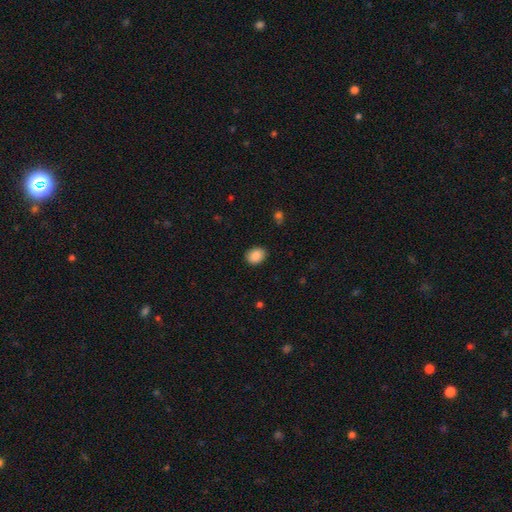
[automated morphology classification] A smooth galaxy with no disk features (88%) that is in between round and cigar-shaped (66%).

Vote fractions:
- Smooth or featured? smooth: 88% / star or artifact: 8% / featured or disk: 4%
- How rounded? in between: 66% / round: 33% / cigar-shaped: 1%
- Merging? none: 88% / minor disturbance: 9% / major disturbance: 2% / merger: 1%